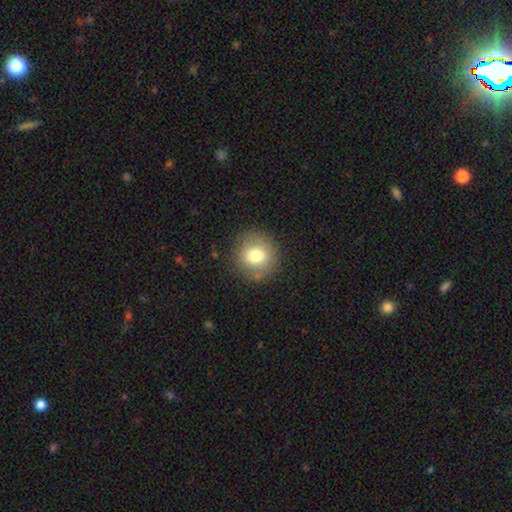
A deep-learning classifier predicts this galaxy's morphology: smooth_or_featured: smooth (p=0.75) [alt: featured or disk p=0.16]
how_rounded: round (p=0.90) [alt: in between p=0.09]
merging: none (p=0.82) [alt: minor disturbance p=0.12]